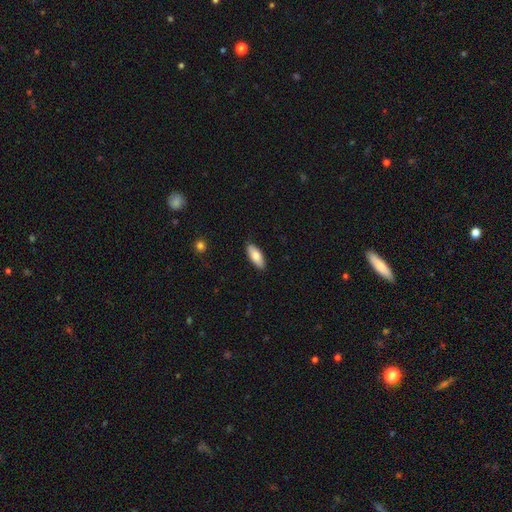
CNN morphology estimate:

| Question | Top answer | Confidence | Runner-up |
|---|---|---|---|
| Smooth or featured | smooth | 80% | featured or disk (14%) |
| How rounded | in between | 77% | cigar-shaped (21%) |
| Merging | none | 87% | minor disturbance (10%) |